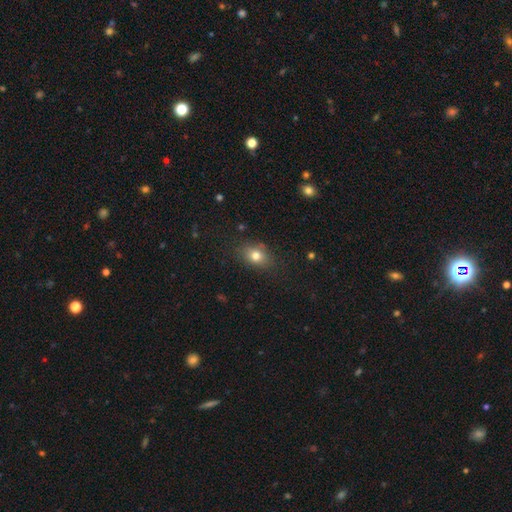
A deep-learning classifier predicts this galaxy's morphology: The model was most divided on "how rounded": in between: 66%, round: 32%, cigar-shaped: 2%. More confident: merging — none (79%); smooth or featured — smooth (77%).